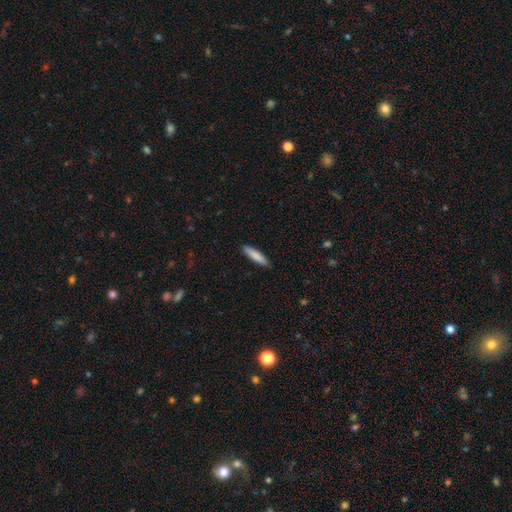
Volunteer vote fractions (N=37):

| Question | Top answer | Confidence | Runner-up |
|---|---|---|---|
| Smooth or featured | smooth | 84% | featured or disk (11%) |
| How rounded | cigar-shaped | 84% | in between (16%) |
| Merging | none | 97% | minor disturbance (3%) |